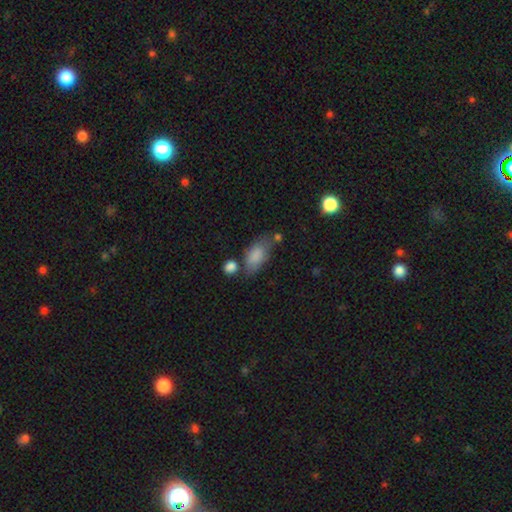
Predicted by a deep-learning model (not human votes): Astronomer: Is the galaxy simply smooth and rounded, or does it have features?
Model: smooth — 84%.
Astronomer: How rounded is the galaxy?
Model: in between — 90%.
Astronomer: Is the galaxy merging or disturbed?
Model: none — 51%.